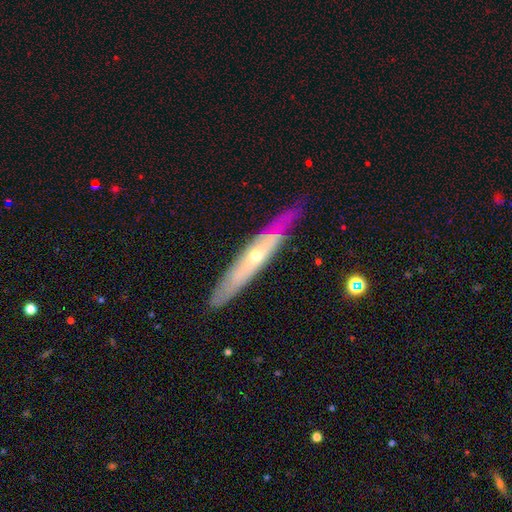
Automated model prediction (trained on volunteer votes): Smooth or featured: featured or disk — 71% (smooth — 23%)
Edge-on disk: yes — 68% (no — 32%)
Merging: none — 77% (minor disturbance — 18%)